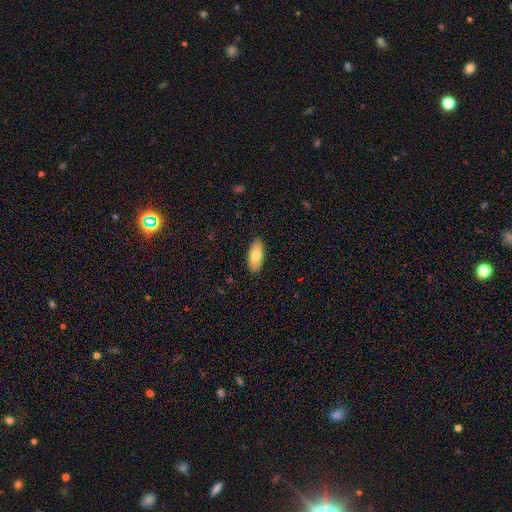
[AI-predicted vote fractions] The model was most divided on "smooth or featured": smooth: 77%, featured or disk: 17%, star or artifact: 6%. More confident: merging — none (88%); how rounded — in between (87%).